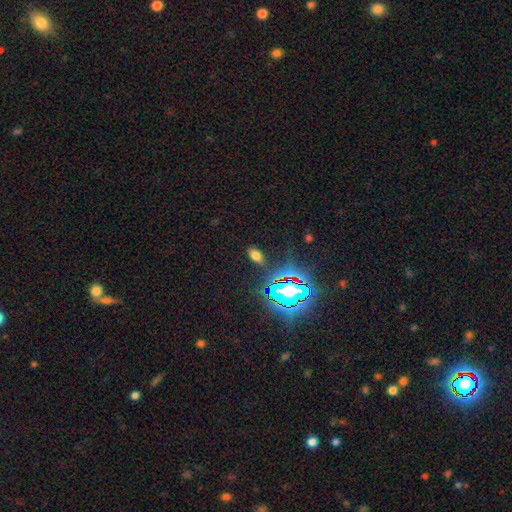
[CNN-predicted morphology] Smooth or featured?
  - smooth: 62% *
  - star or artifact: 28%
  - featured or disk: 10%
How rounded?
  - in between: 87% *
  - round: 8%
  - cigar-shaped: 5%
Merging?
  - none: 85% *
  - minor disturbance: 9%
  - major disturbance: 4%
  - merger: 2%